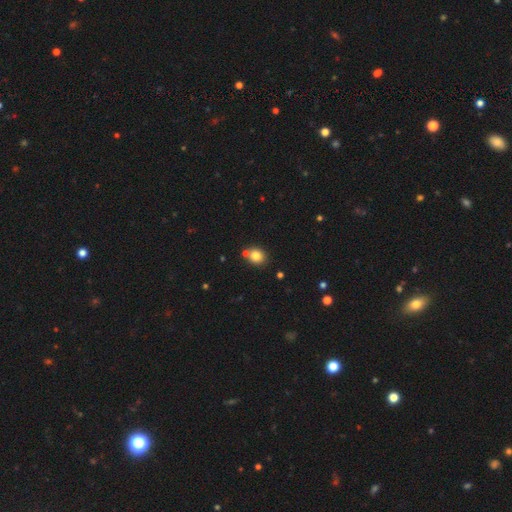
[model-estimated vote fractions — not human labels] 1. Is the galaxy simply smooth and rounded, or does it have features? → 82% smooth, 11% star or artifact, 7% featured or disk.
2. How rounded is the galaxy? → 71% round, 28% in between, 1% cigar-shaped.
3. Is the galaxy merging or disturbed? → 69% none, 17% merger, 11% minor disturbance, 3% major disturbance.